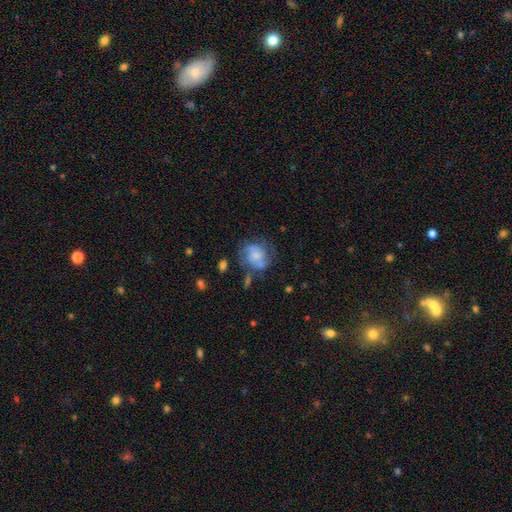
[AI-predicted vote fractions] smooth_or_featured: smooth (p=0.55) [alt: featured or disk p=0.36]
how_rounded: round (p=0.66) [alt: in between p=0.33]
merging: none (p=0.46) [alt: minor disturbance p=0.25]